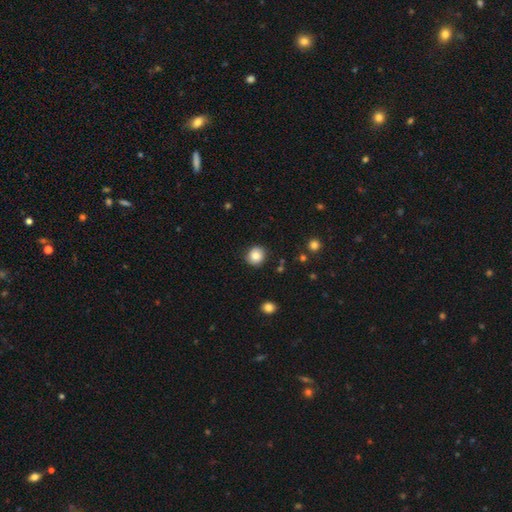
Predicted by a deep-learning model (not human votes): smooth_or_featured: smooth (p=0.84) [alt: star or artifact p=0.09]
how_rounded: round (p=0.88) [alt: in between p=0.11]
merging: none (p=0.88) [alt: minor disturbance p=0.08]